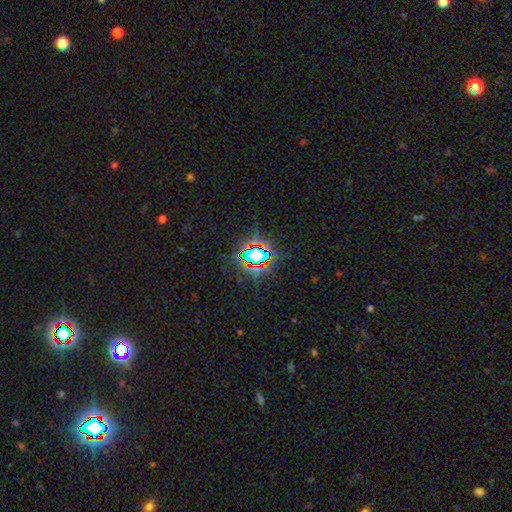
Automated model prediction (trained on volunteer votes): The model was most divided on "smooth or featured": star or artifact: 75%, smooth: 14%, featured or disk: 11%.